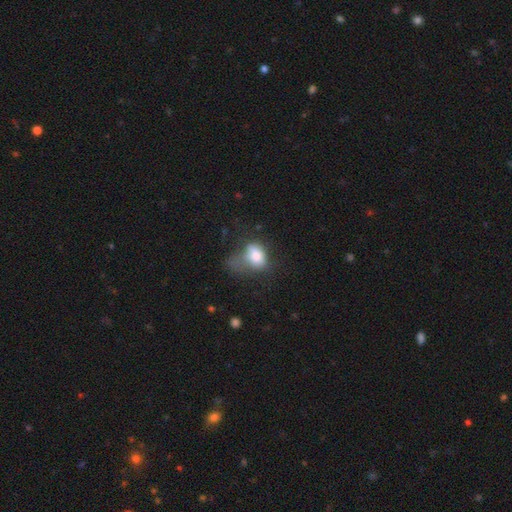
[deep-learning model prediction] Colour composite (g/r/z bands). It shows a smooth galaxy with no disk features (72%) that is in between round and cigar-shaped (78%). Merging: major disturbance (48%).